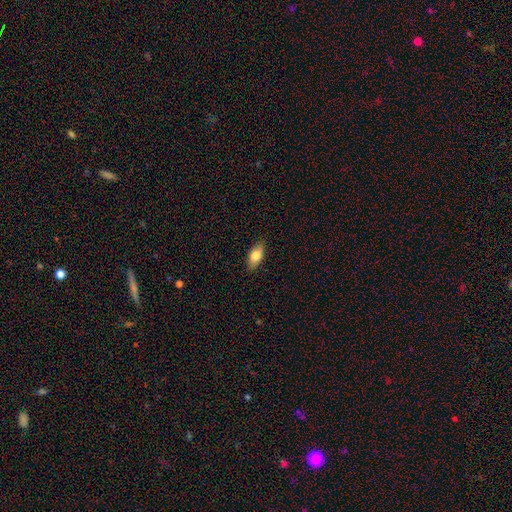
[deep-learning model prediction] A smooth galaxy with no disk features (75%) that is in between round and cigar-shaped (84%). Merging: none (86%).